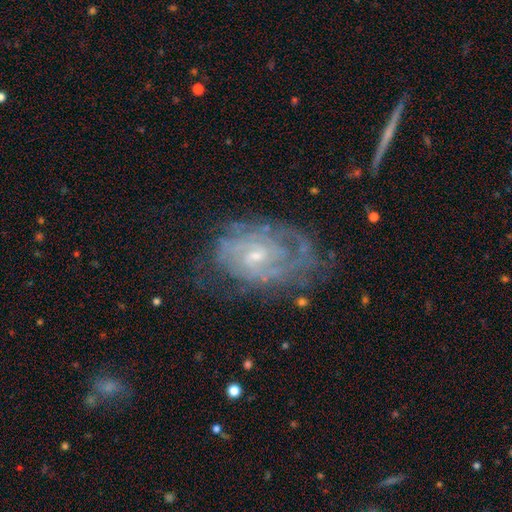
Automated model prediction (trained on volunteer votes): This appears to be a featured or disk galaxy (80%) with no bar (58%), tight (64%) spiral arms (87%) and a small central bulge (68%). Merging: none (59%).